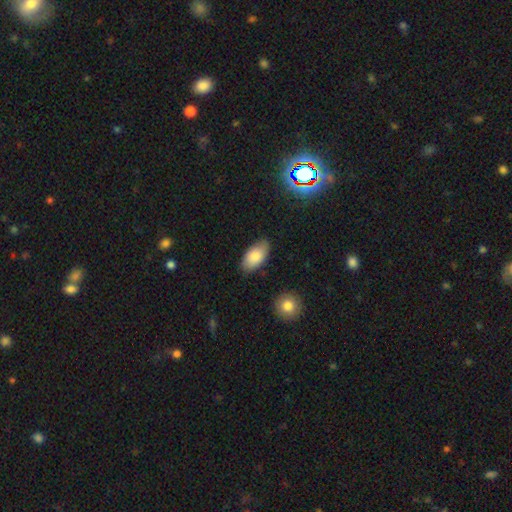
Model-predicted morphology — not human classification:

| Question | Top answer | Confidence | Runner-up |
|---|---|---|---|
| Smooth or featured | smooth | 84% | featured or disk (9%) |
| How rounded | in between | 94% | round (3%) |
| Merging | none | 77% | minor disturbance (18%) |